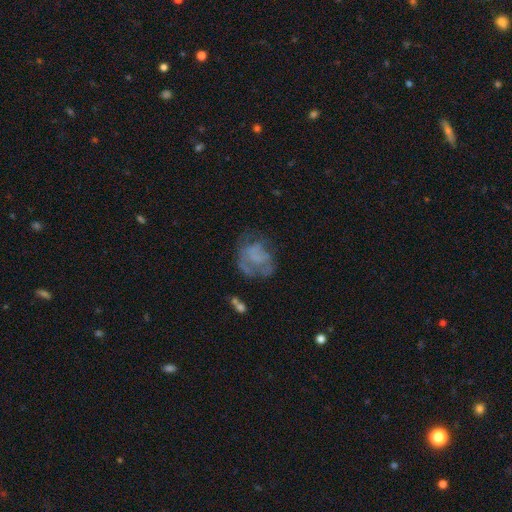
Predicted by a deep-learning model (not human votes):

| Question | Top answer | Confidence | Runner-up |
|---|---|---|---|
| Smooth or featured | featured or disk | 50% | smooth (38%) |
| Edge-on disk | no | 98% | yes (2%) |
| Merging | none | 41% | major disturbance (31%) |